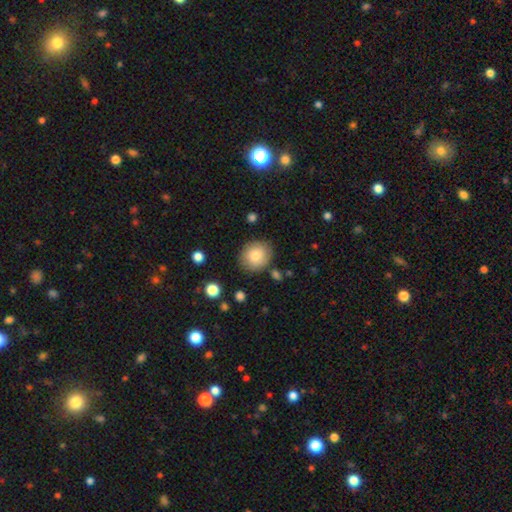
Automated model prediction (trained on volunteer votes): A smooth galaxy with no disk features (80%) that is round (78%).

Vote fractions:
- Smooth or featured? smooth: 80% / featured or disk: 12% / star or artifact: 8%
- How rounded? round: 78% / in between: 21% / cigar-shaped: 1%
- Merging? none: 82% / minor disturbance: 12% / major disturbance: 3% / merger: 3%